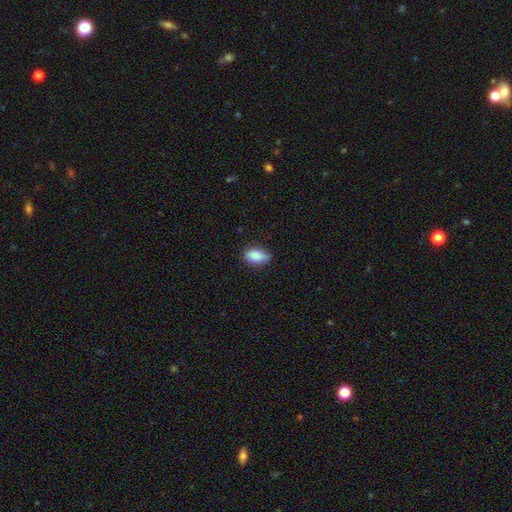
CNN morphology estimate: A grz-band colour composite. It shows a smooth galaxy with no disk features (87%) that is in between round and cigar-shaped (88%). Merging: none (72%).